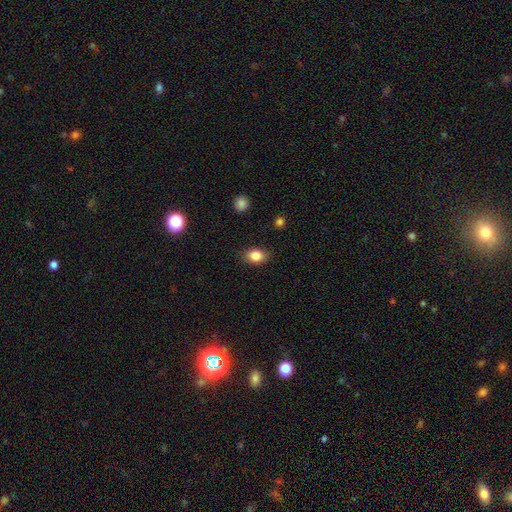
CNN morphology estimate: Smooth or featured? smooth (84%)
How rounded? in between (71%)
Merging? none (84%)